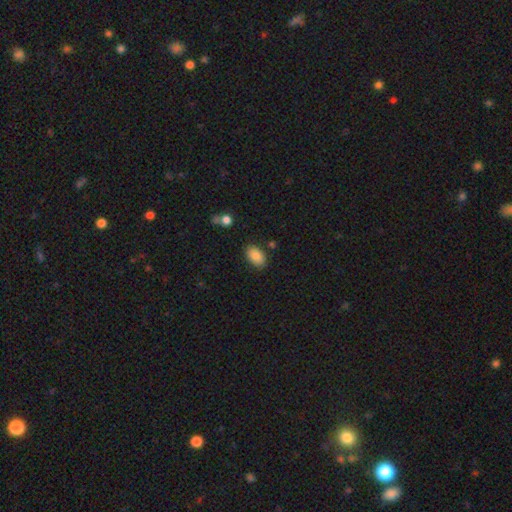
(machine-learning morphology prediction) Overall: smooth (85%). How rounded: in between (90%). Merging: none (84%).